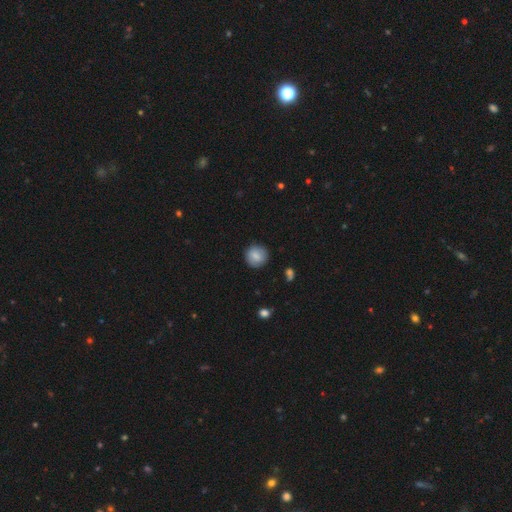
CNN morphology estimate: A smooth galaxy with no disk features (80%) that is round (91%). Merging: none (87%).